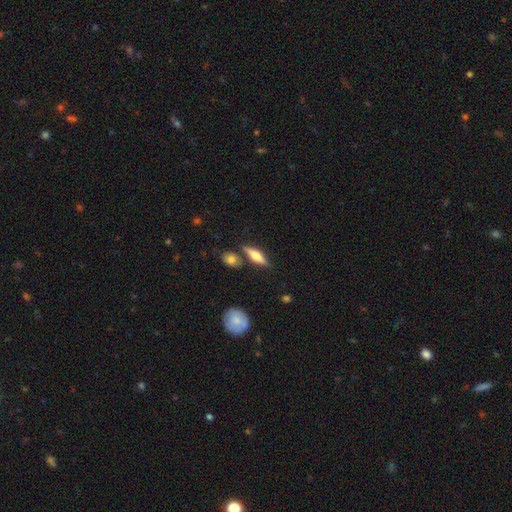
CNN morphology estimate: Smooth or featured?
  - smooth: 48% *
  - featured or disk: 45%
  - star or artifact: 7%
Merging?
  - none: 76% *
  - minor disturbance: 12%
  - merger: 8%
  - major disturbance: 3%